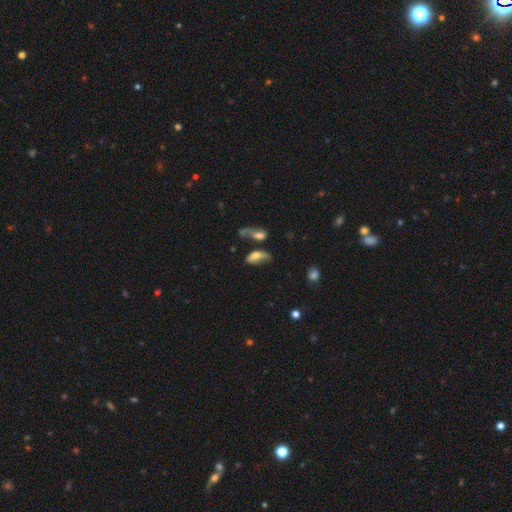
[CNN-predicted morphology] Overall: smooth (55%; featured or disk 34%). How rounded: in between (83%). Merging: none (30%; merger 28%).